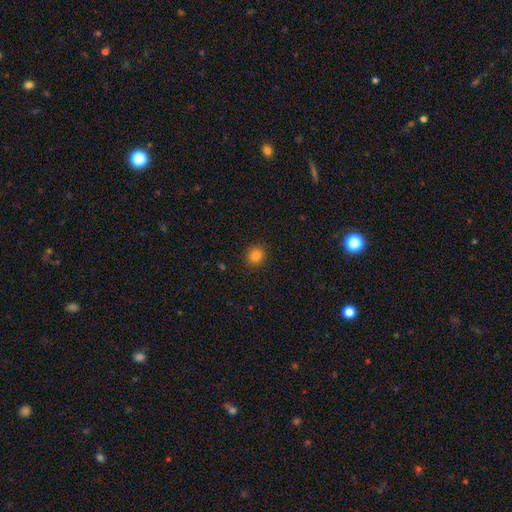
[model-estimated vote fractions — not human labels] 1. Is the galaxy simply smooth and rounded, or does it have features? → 82% smooth, 13% star or artifact, 5% featured or disk.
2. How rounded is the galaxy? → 89% round, 10% in between, 1% cigar-shaped.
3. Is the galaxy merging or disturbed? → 92% none, 6% minor disturbance, 2% major disturbance, 1% merger.